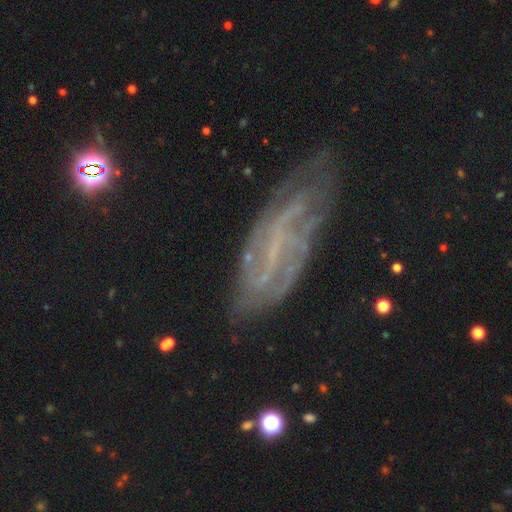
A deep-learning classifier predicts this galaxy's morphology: Smooth or featured: featured or disk — 73% (star or artifact — 14%)
Edge-on disk: no — 88% (yes — 12%)
Bar: no — 37% (weak — 36%)
Spiral arms: yes — 84% (no — 16%)
Spiral winding: tight — 43% (medium — 37%)
Spiral arm count: can't tell — 38% (2 — 36%)
Bulge size: none — 58% (small — 33%)
Merging: none — 66% (minor disturbance — 21%)